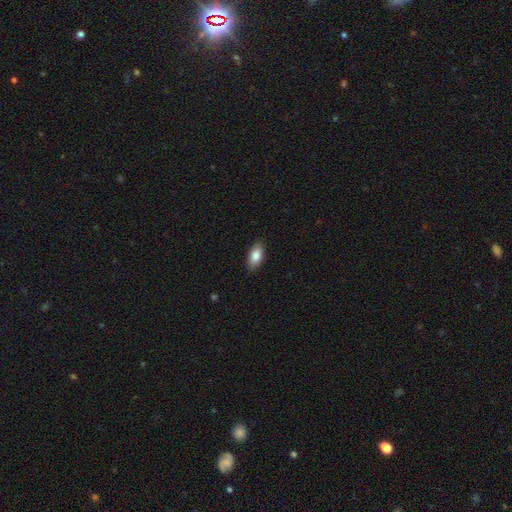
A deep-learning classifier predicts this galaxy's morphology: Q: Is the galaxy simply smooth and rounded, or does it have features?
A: smooth — 84%.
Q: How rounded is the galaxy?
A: in between — 90%.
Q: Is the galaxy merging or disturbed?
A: none — 88%.